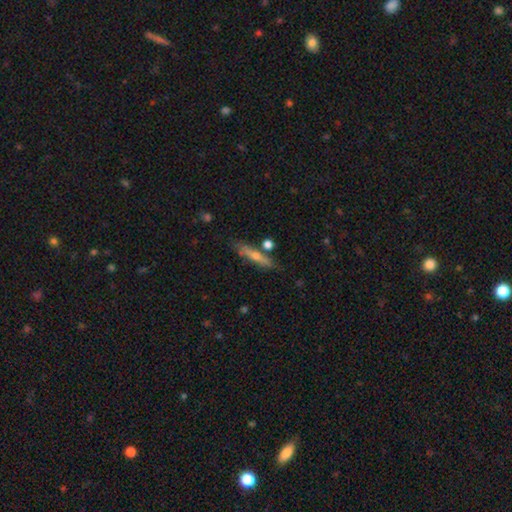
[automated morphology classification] featured or disk 47%, smooth 45%, star or artifact 7%. Down the decision tree: merging — none (77%).